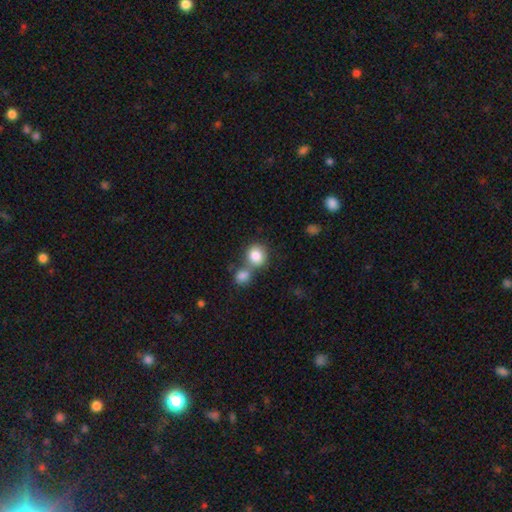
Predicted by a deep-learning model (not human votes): Smooth or featured? smooth (84%)
How rounded? round (81%)
Merging? none (51%)